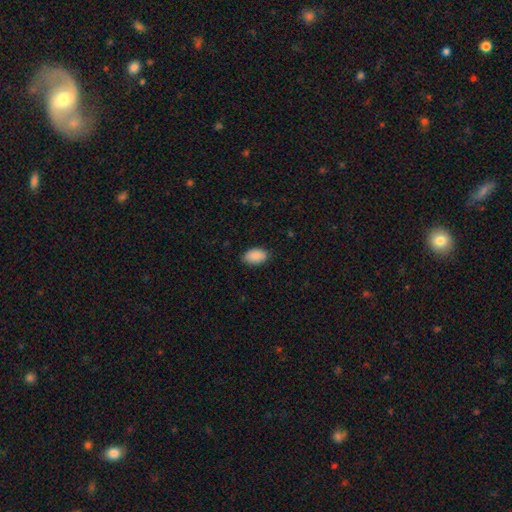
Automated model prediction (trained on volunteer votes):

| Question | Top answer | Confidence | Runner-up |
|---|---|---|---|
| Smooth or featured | smooth | 90% | star or artifact (6%) |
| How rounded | in between | 93% | round (5%) |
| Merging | none | 86% | minor disturbance (11%) |